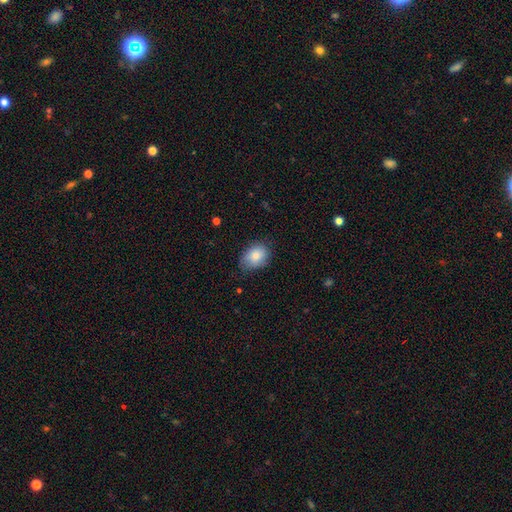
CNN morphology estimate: smooth_or_featured: smooth (p=0.84) [alt: featured or disk p=0.09]
how_rounded: in between (p=0.68) [alt: round p=0.31]
merging: none (p=0.67) [alt: minor disturbance p=0.27]